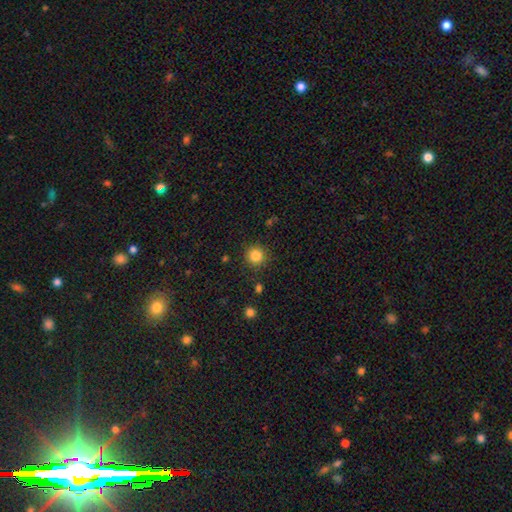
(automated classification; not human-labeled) Smooth or featured?
  - smooth: 84% *
  - star or artifact: 12%
  - featured or disk: 5%
How rounded?
  - round: 94% *
  - in between: 5%
  - cigar-shaped: 1%
Merging?
  - none: 89% *
  - minor disturbance: 7%
  - major disturbance: 3%
  - merger: 2%